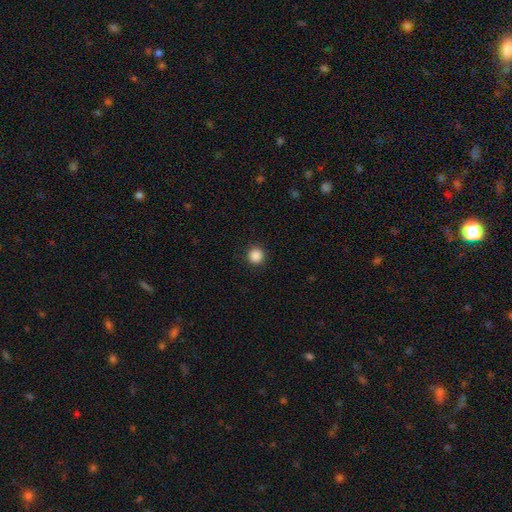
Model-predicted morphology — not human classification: Smooth or featured? smooth (87%)
How rounded? round (94%)
Merging? none (92%)